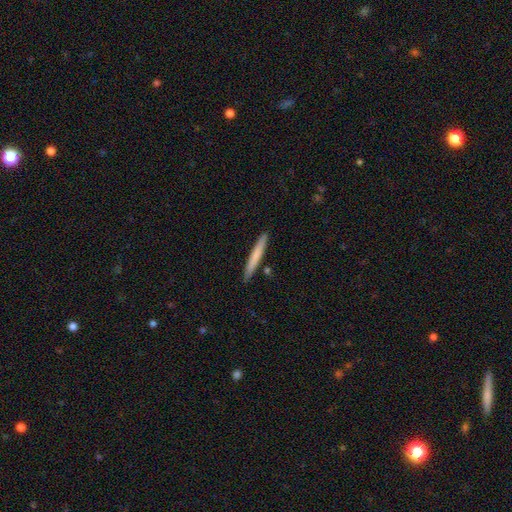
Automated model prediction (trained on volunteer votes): Morphology: type=smooth (70%); roundness=cigar-shaped (97%); merging=none (89%).